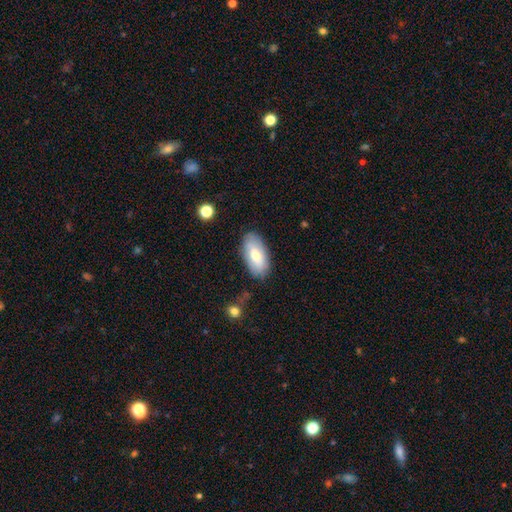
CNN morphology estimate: smooth-or-featured: smooth: 64% | featured or disk: 30% | star or artifact: 7%
  how-rounded: in between: 92% | cigar-shaped: 5% | round: 3%
  merging: none: 81% | minor disturbance: 13% | major disturbance: 3% | merger: 2%